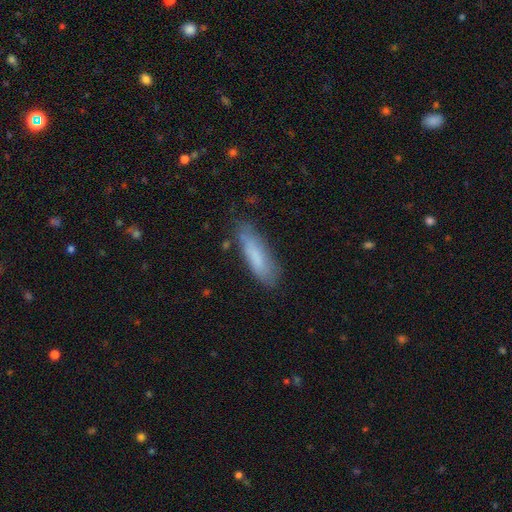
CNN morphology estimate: Smooth or featured?
  - smooth: 77% *
  - featured or disk: 16%
  - star or artifact: 7%
How rounded?
  - cigar-shaped: 62% *
  - in between: 37%
  - round: 1%
Merging?
  - none: 73% *
  - minor disturbance: 20%
  - major disturbance: 5%
  - merger: 2%